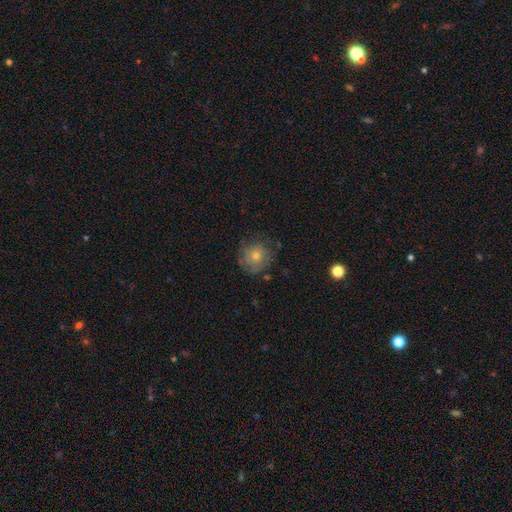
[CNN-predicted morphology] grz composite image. It shows a smooth galaxy with no disk features (45%). Merging: none (73%).